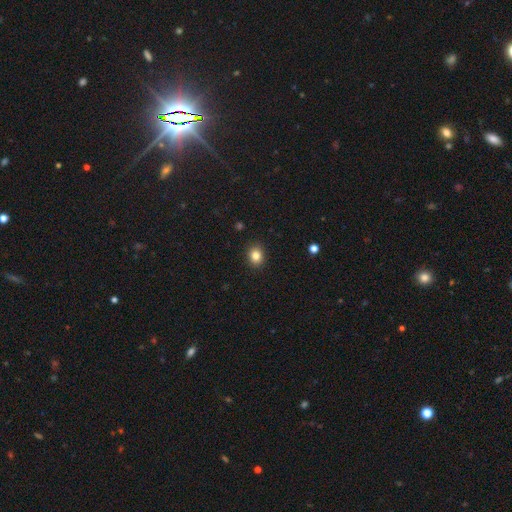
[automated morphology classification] smooth-or-featured: smooth: 84% | star or artifact: 11% | featured or disk: 6%
  how-rounded: round: 60% | in between: 39% | cigar-shaped: 1%
  merging: none: 91% | minor disturbance: 7% | major disturbance: 2% | merger: 1%